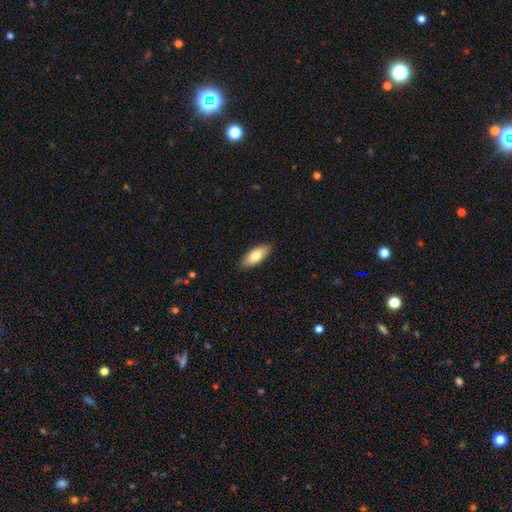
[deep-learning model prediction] smooth-or-featured: smooth: 79% | featured or disk: 15% | star or artifact: 6%
  how-rounded: in between: 81% | cigar-shaped: 17% | round: 2%
  merging: none: 88% | minor disturbance: 9% | major disturbance: 2% | merger: 1%